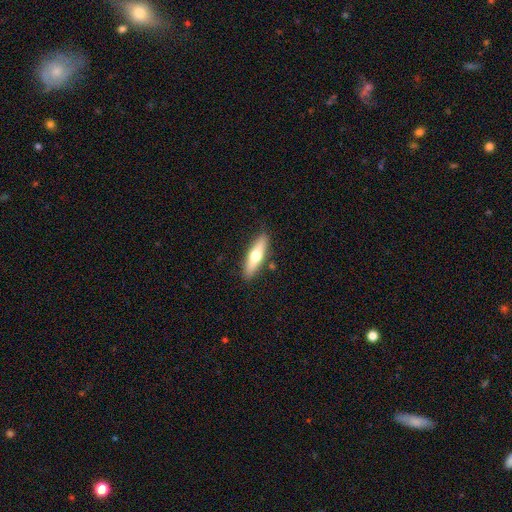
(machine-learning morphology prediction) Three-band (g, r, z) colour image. It shows a smooth galaxy with no disk features (55%) that is cigar-shaped (63%). Merging: none (87%).